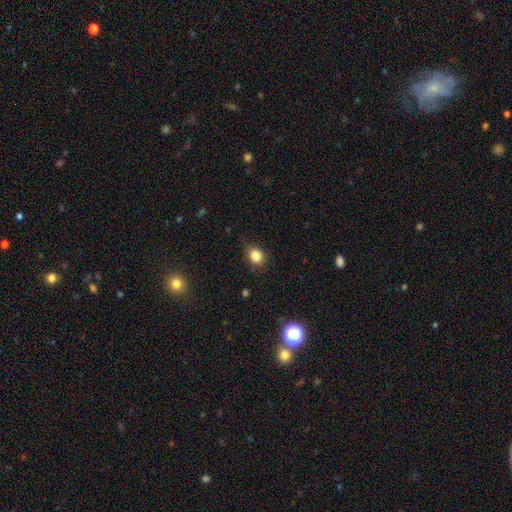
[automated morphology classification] smooth-or-featured: smooth: 84% | star or artifact: 11% | featured or disk: 5%
  how-rounded: round: 55% | in between: 44% | cigar-shaped: 1%
  merging: none: 82% | minor disturbance: 14% | major disturbance: 3% | merger: 1%